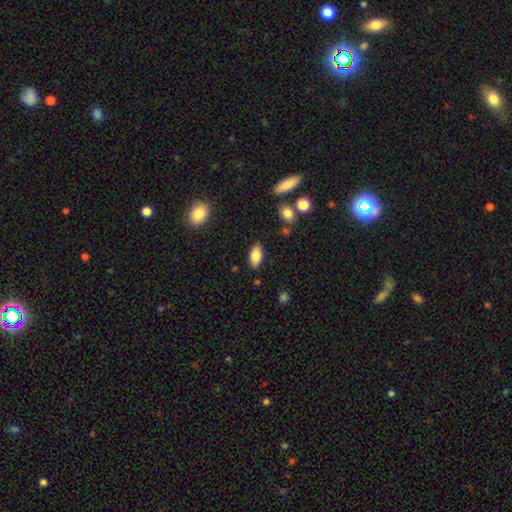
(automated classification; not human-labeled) A smooth galaxy with no disk features (83%) that is in between round and cigar-shaped (92%). Merging: none (86%).